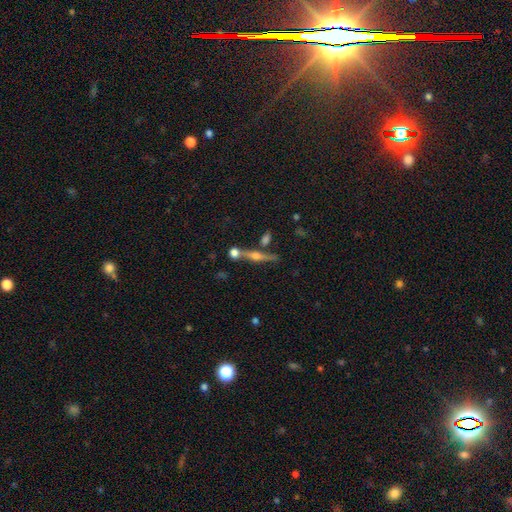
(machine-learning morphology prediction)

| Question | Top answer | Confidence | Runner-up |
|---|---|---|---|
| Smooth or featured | featured or disk | 76% | smooth (15%) |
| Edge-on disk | yes | 96% | no (4%) |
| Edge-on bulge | rounded | 92% | boxy (5%) |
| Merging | none | 72% | merger (14%) |